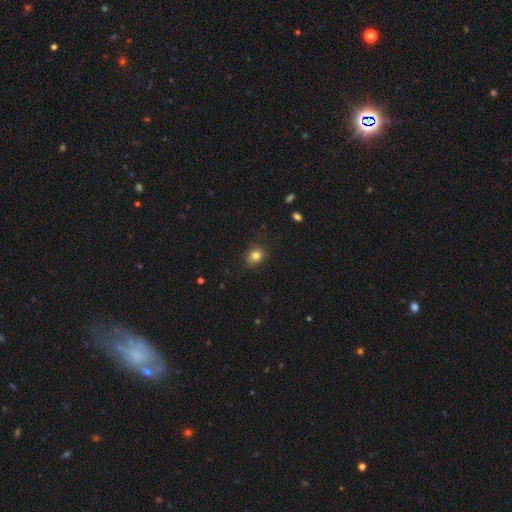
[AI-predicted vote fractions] Smooth or featured: smooth — 82% (star or artifact — 11%)
How rounded: round — 60% (in between — 39%)
Merging: none — 79% (minor disturbance — 16%)